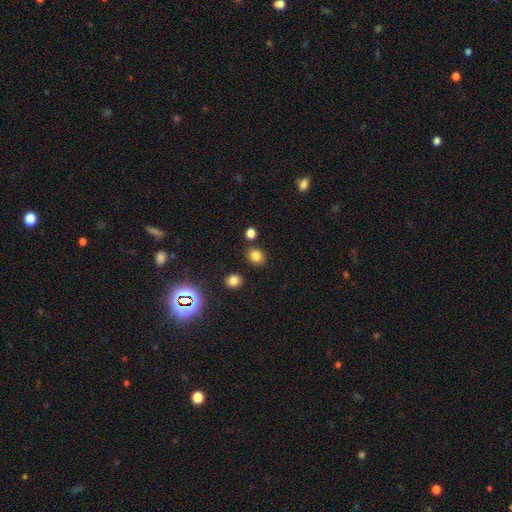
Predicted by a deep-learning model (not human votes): smooth 81%, star or artifact 14%, featured or disk 5%. Down the decision tree: how rounded — round (59%); merging — none (81%).